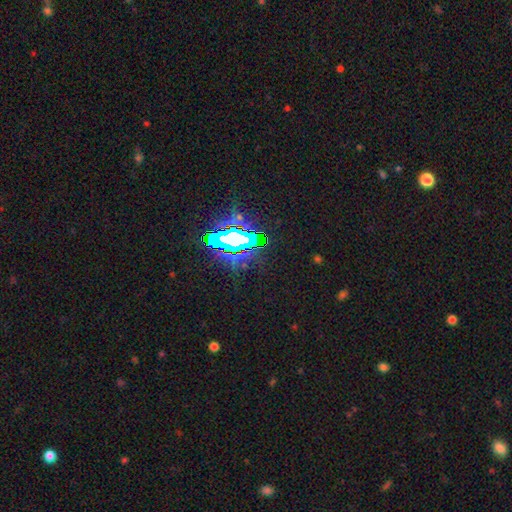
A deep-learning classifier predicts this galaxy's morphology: This appears to be a star or artifact, not a galaxy (78%).